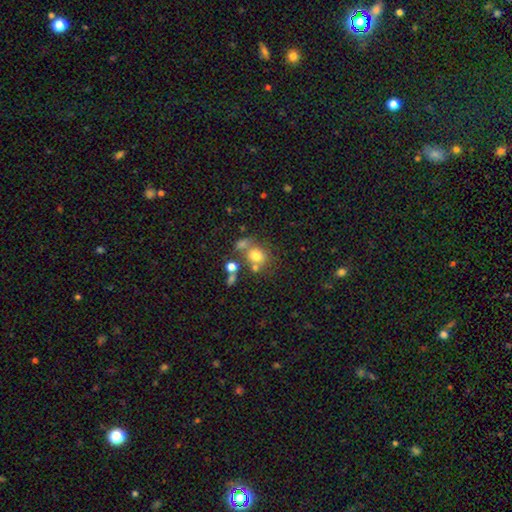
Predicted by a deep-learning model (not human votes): Smooth or featured? Predicted: smooth (p=0.71). How rounded? Predicted: round (p=0.70). Merging? Predicted: none (p=0.51).